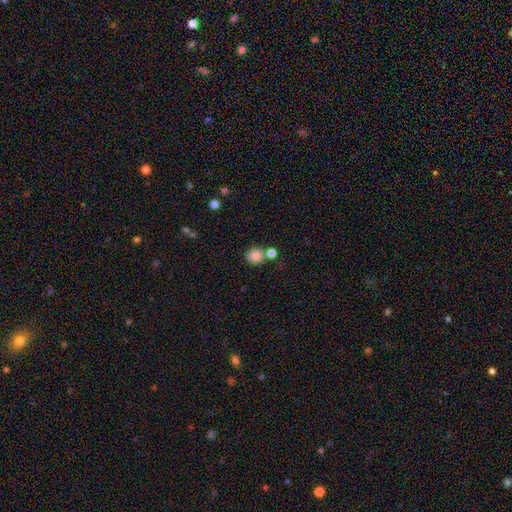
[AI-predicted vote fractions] Smooth or featured: smooth — 84% (star or artifact — 10%)
How rounded: round — 82% (in between — 17%)
Merging: none — 67% (merger — 20%)